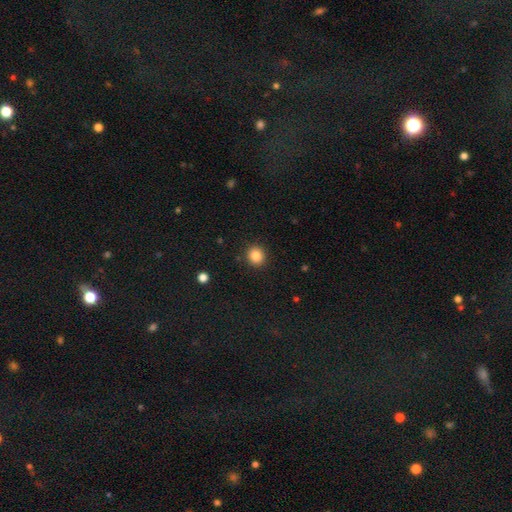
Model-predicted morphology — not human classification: Overall: smooth (85%). How rounded: round (87%). Merging: none (91%).